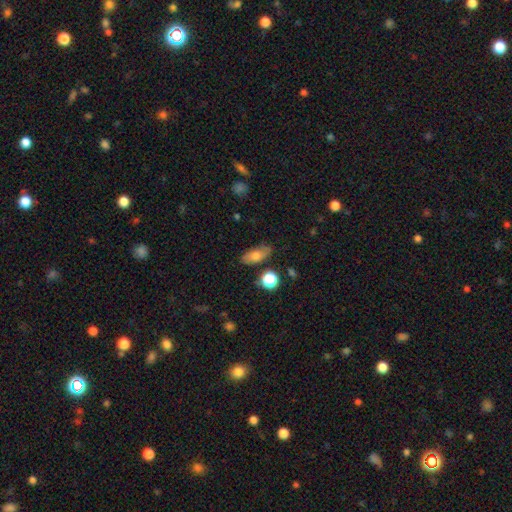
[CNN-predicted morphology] A smooth galaxy with no disk features (72%) that is in between round and cigar-shaped (80%).

Vote fractions:
- Smooth or featured? smooth: 72% / featured or disk: 18% / star or artifact: 10%
- How rounded? in between: 80% / cigar-shaped: 13% / round: 8%
- Merging? none: 77% / minor disturbance: 16% / major disturbance: 4% / merger: 4%